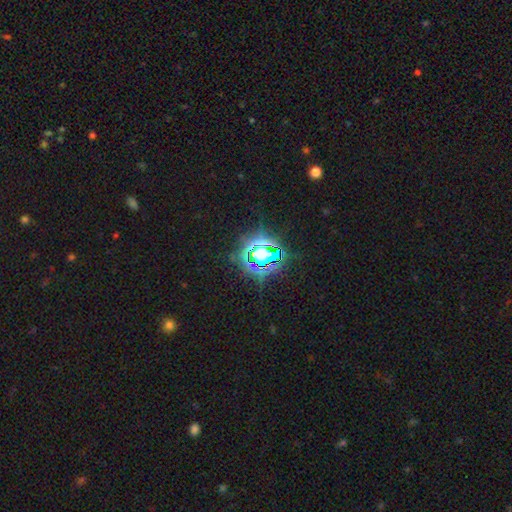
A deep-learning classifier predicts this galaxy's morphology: A star or artifact, not a galaxy (79%).